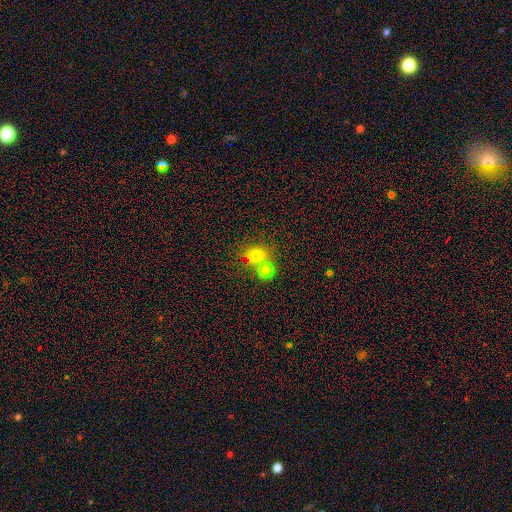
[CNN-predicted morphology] Smooth or featured: smooth — 74% (star or artifact — 14%)
How rounded: round — 59% (in between — 39%)
Merging: none — 44% (merger — 43%)